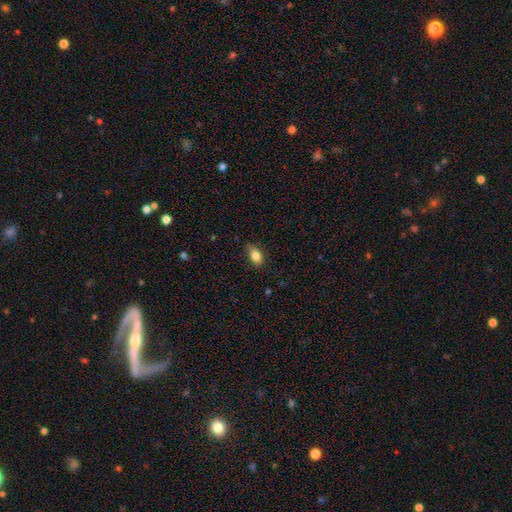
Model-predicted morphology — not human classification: The model was most divided on "merging": none: 73%, minor disturbance: 22%, major disturbance: 4%, merger: 1%. More confident: how rounded — in between (86%); smooth or featured — smooth (85%).